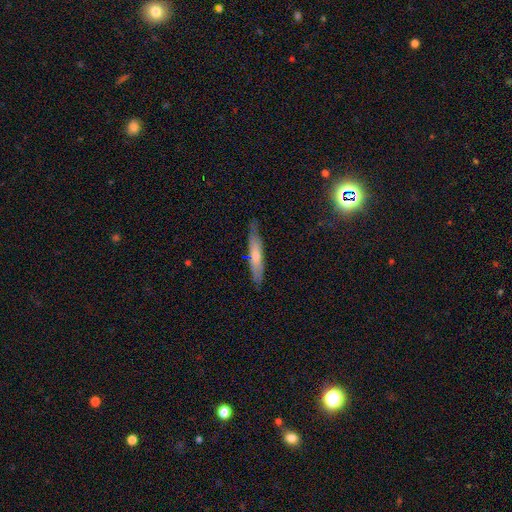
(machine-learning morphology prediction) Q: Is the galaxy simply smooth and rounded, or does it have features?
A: smooth — 54%.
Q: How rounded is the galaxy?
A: cigar-shaped — 85%.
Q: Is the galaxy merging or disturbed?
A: none — 75%.